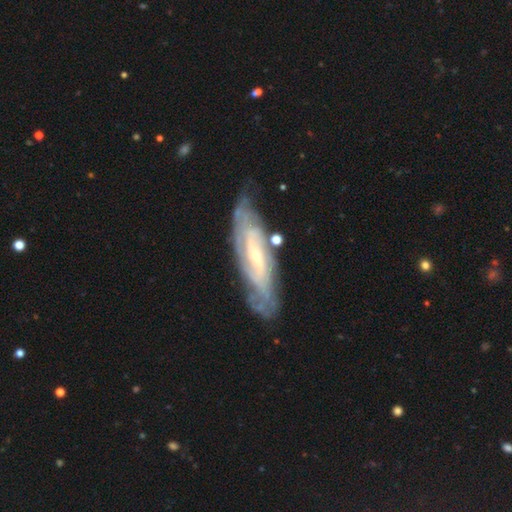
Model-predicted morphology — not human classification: A featured or disk galaxy (82%) with a weak bar (41%), tight (58%) spiral arms (92%) and a small central bulge (71%).

Vote fractions:
- Smooth or featured? featured or disk: 82% / smooth: 12% / star or artifact: 6%
- Edge-on disk? no: 80% / yes: 20%
- Bar? weak: 41% / no: 40% / strong: 19%
- Spiral arms? yes: 92% / no: 8%
- Spiral winding? tight: 58% / medium: 32% / loose: 10%
- Spiral arm count? can't tell: 46% / 2: 30% / 3: 10% / 4: 7% / more than 4: 4% / 1: 4%
- Bulge size? small: 71% / moderate: 23% / none: 4% / large: 2% / dominant: 1%
- Merging? none: 70% / minor disturbance: 20% / major disturbance: 7% / merger: 3%